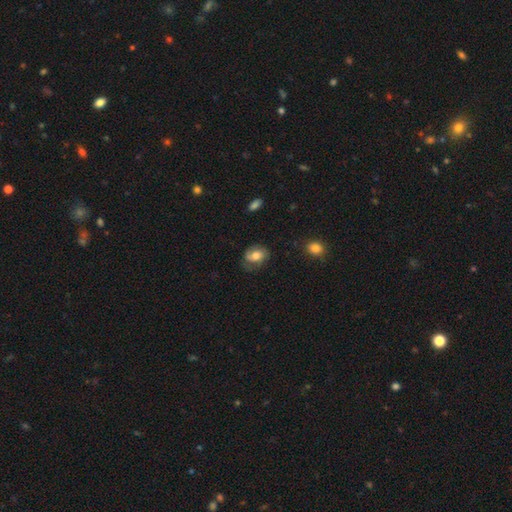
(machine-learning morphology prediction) Smooth or featured: smooth — 55% (featured or disk — 37%)
How rounded: in between — 63% (round — 35%)
Merging: none — 61% (minor disturbance — 25%)